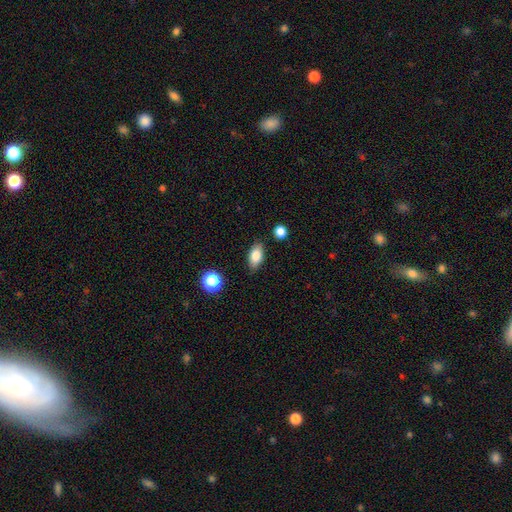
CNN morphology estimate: The model was most divided on "smooth or featured": smooth: 81%, featured or disk: 10%, star or artifact: 9%. More confident: how rounded — in between (87%); merging — none (84%).